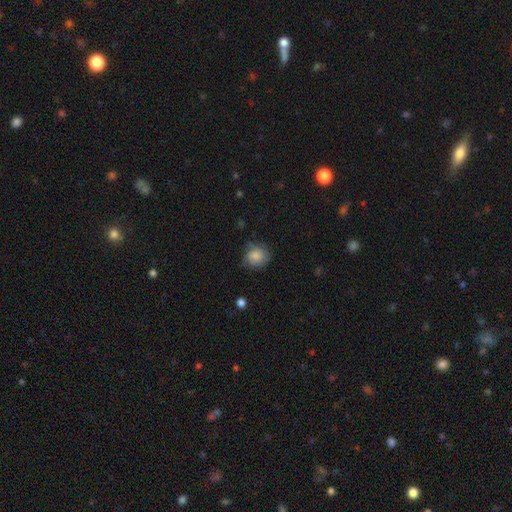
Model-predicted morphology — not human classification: Q: Smooth or featured?
A: smooth (82%); runner-up: featured or disk (10%)
Q: How rounded?
A: round (82%); runner-up: in between (17%)
Q: Merging?
A: none (72%); runner-up: minor disturbance (21%)